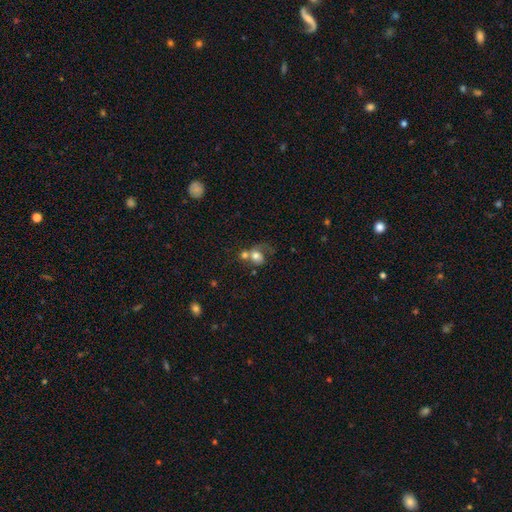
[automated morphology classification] A smooth galaxy with no disk features (61%) that is round (62%). Merging: merger (49%).